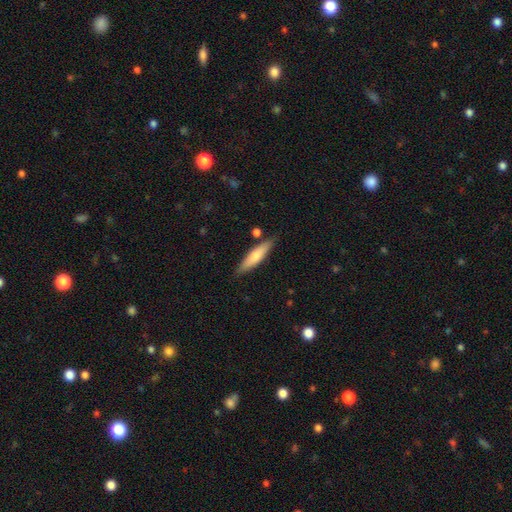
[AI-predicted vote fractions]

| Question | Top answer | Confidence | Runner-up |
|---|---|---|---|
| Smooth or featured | smooth | 67% | featured or disk (28%) |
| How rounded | cigar-shaped | 78% | in between (21%) |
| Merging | none | 83% | minor disturbance (11%) |